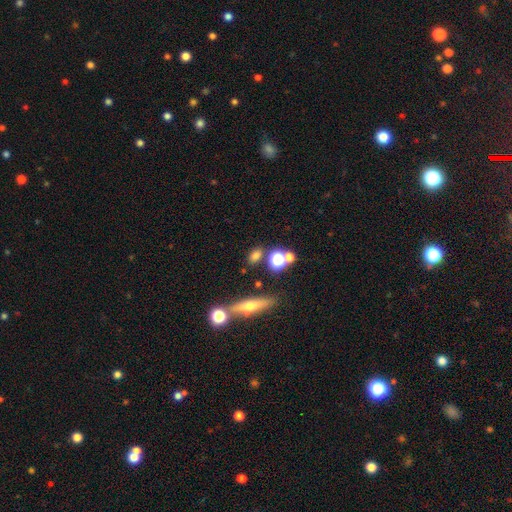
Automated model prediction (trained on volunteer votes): Morphology: type=smooth (70%); roundness=in between (54%); merging=none (75%).